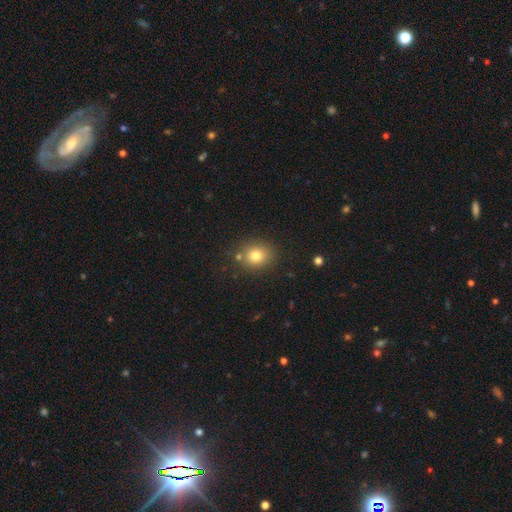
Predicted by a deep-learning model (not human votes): The model was most divided on "how rounded": round: 74%, in between: 25%, cigar-shaped: 1%. More confident: merging — none (80%); smooth or featured — smooth (79%).